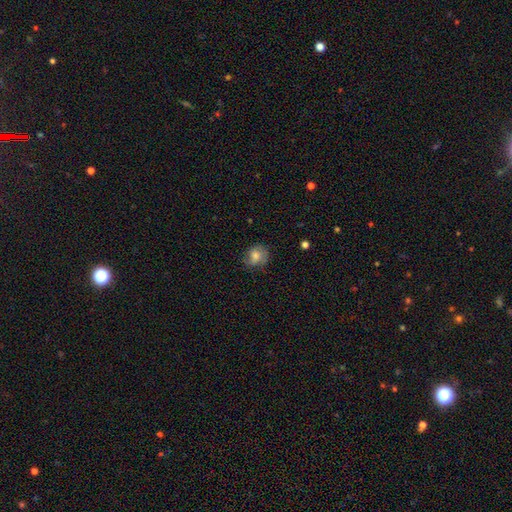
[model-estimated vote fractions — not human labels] This is likely a smooth galaxy (63%). How rounded: likely round (63%). Merging: likely none (63%).